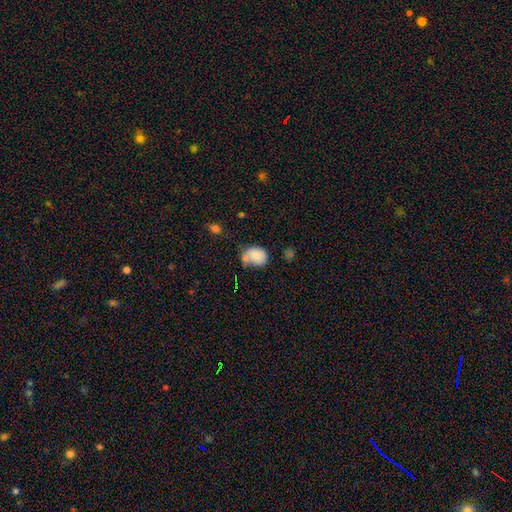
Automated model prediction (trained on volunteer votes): A smooth galaxy with no disk features (79%) that is round (50%).

Vote fractions:
- Smooth or featured? smooth: 79% / featured or disk: 13% / star or artifact: 8%
- How rounded? round: 50% / in between: 49% / cigar-shaped: 1%
- Merging? none: 42% / minor disturbance: 27% / merger: 20% / major disturbance: 11%